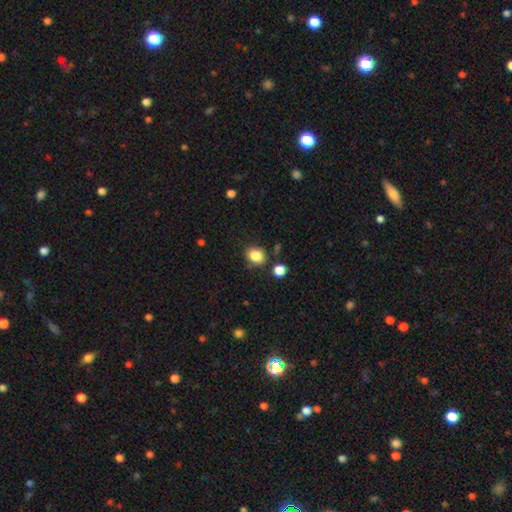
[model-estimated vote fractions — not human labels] Smooth or featured?
  - smooth: 85% *
  - star or artifact: 10%
  - featured or disk: 5%
How rounded?
  - in between: 53% *
  - round: 46%
  - cigar-shaped: 1%
Merging?
  - none: 79% *
  - minor disturbance: 12%
  - merger: 5%
  - major disturbance: 4%